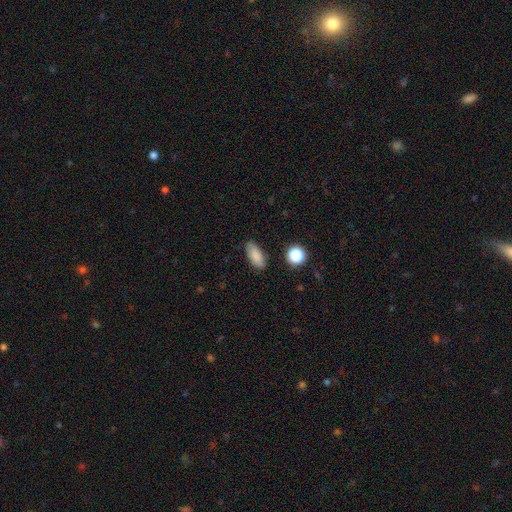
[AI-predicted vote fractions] This appears to be a smooth galaxy with no disk features (86%) that is in between round and cigar-shaped (84%). Merging: none (85%).